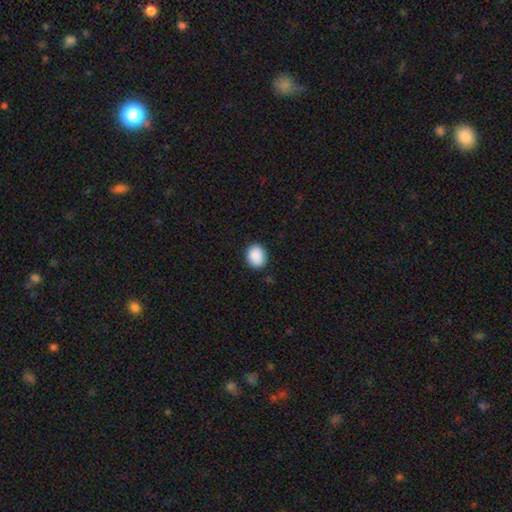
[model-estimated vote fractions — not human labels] A smooth galaxy with no disk features (90%) that is in between round and cigar-shaped (50%).

Vote fractions:
- Smooth or featured? smooth: 90% / star or artifact: 7% / featured or disk: 3%
- How rounded? in between: 50% / round: 49% / cigar-shaped: 1%
- Merging? none: 87% / minor disturbance: 10% / major disturbance: 2% / merger: 1%